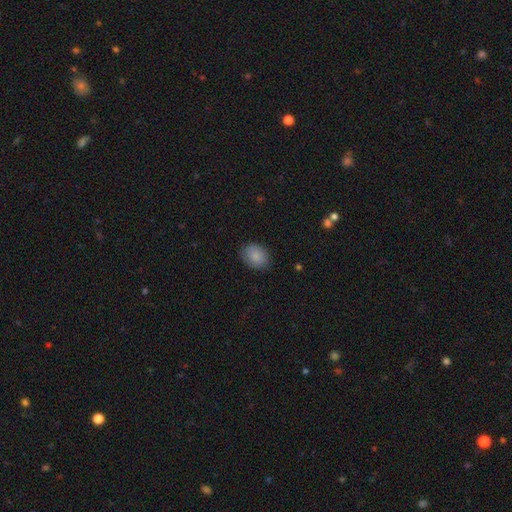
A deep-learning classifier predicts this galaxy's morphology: The model was most divided on "how rounded": in between: 62%, round: 37%, cigar-shaped: 1%. More confident: smooth or featured — smooth (86%); merging — none (84%).